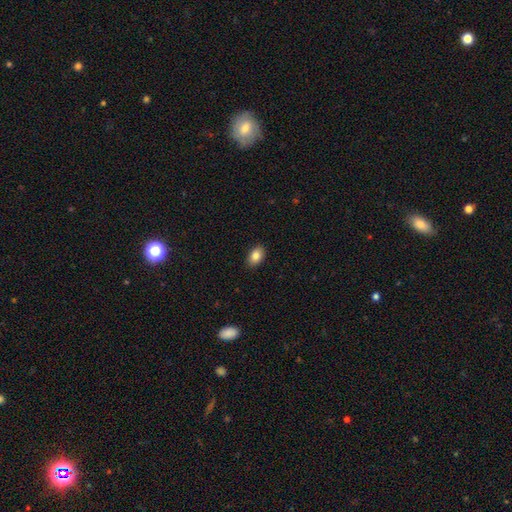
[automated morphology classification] Smooth or featured? smooth (84%)
How rounded? in between (89%)
Merging? none (89%)